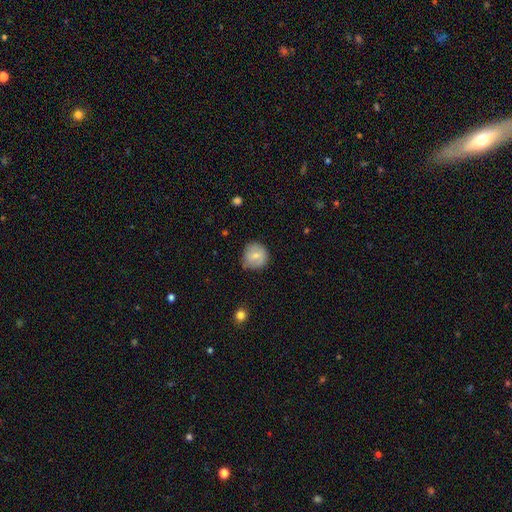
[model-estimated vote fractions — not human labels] This is likely a smooth galaxy (74%). How rounded: clearly round (91%). Merging: likely none (72%).